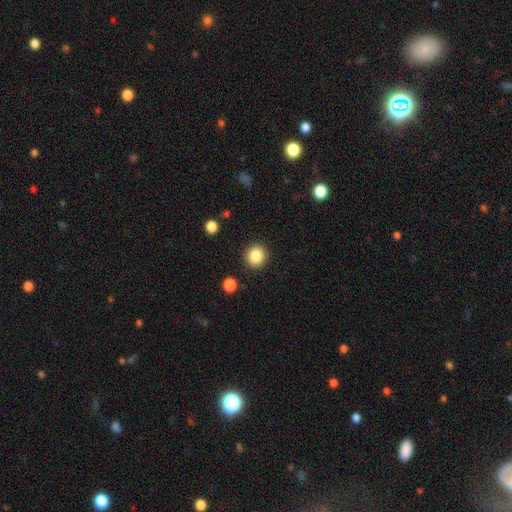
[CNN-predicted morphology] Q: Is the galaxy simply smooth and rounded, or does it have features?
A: smooth — 86%.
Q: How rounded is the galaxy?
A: round — 85%.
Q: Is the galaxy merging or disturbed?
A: none — 90%.